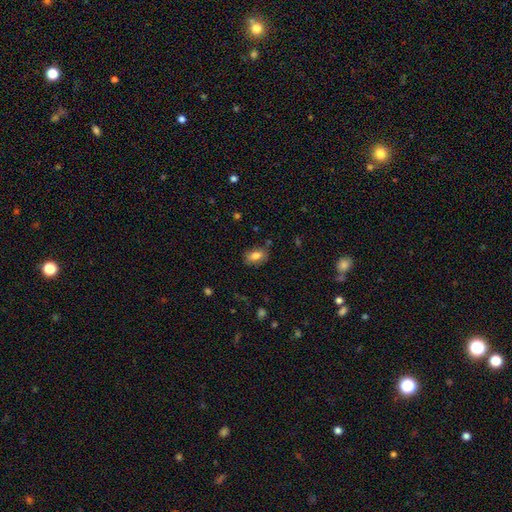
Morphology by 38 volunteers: smooth_or_featured: smooth (p=0.79) [alt: featured or disk p=0.16]
how_rounded: in between (p=0.87) [alt: round p=0.13]
merging: none (p=0.61) [alt: minor disturbance p=0.36]